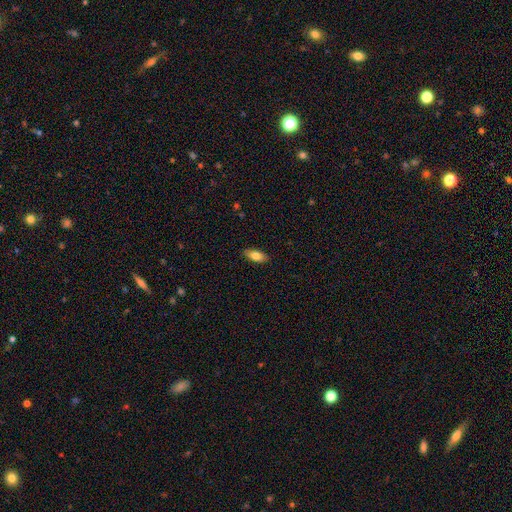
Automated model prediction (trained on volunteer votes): Overall: smooth (81%). How rounded: in between (86%). Merging: none (88%).